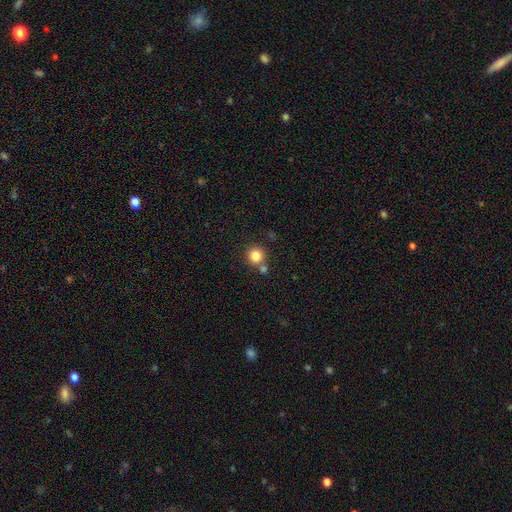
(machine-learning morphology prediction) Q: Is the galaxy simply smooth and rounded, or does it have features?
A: smooth — 83%.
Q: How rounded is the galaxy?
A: round — 93%.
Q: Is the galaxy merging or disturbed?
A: none — 70%.